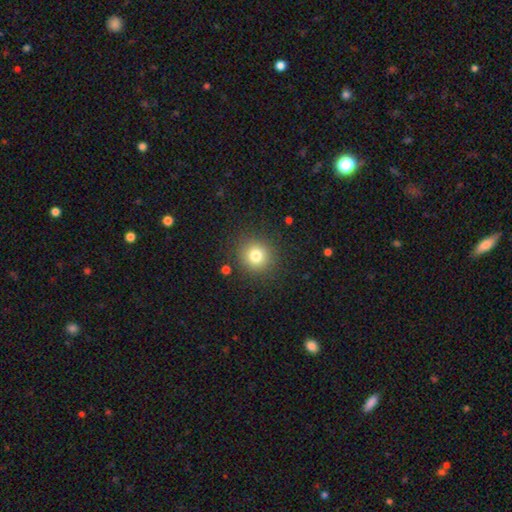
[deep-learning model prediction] Smooth or featured? Predicted: smooth (p=0.79). How rounded? Predicted: round (p=0.92). Merging? Predicted: none (p=0.89).